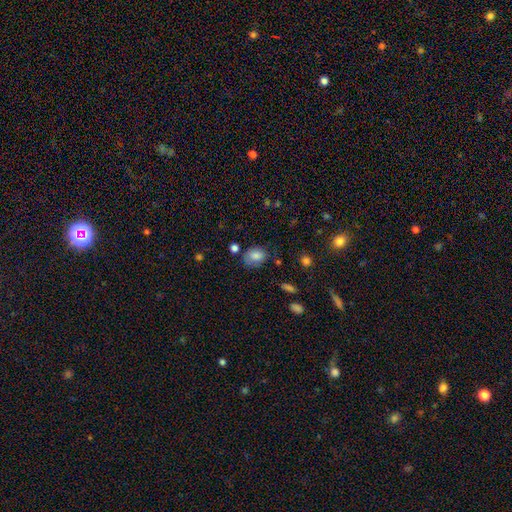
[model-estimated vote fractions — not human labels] Q: Smooth or featured?
A: smooth (81%); runner-up: star or artifact (10%)
Q: How rounded?
A: in between (61%); runner-up: round (38%)
Q: Merging?
A: none (66%); runner-up: minor disturbance (24%)